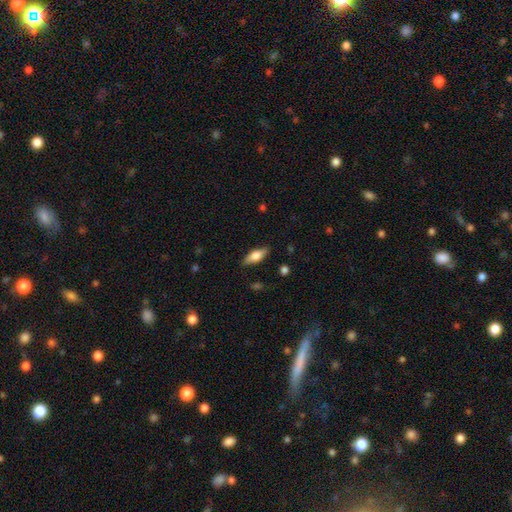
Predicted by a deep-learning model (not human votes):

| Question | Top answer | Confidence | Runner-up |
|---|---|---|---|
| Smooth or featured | smooth | 60% | featured or disk (33%) |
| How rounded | in between | 69% | cigar-shaped (28%) |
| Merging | none | 83% | minor disturbance (12%) |